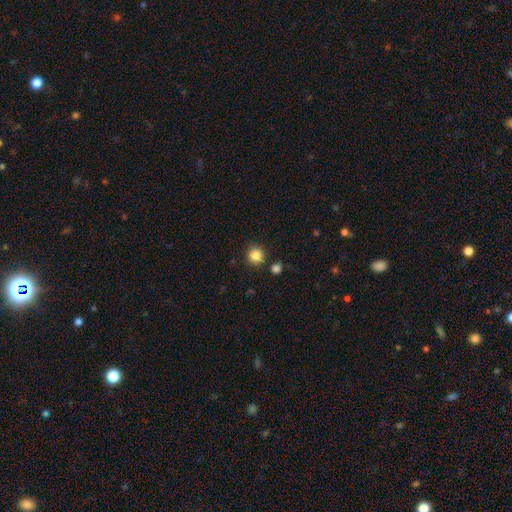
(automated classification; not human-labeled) This appears to be a smooth galaxy with no disk features (85%) that is round (93%). Merging: none (86%).